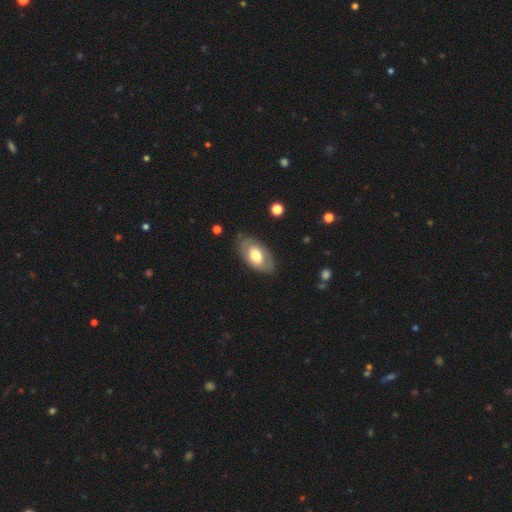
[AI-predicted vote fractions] This is possibly a smooth galaxy (55%). How rounded: clearly in between (92%). Merging: likely none (76%).